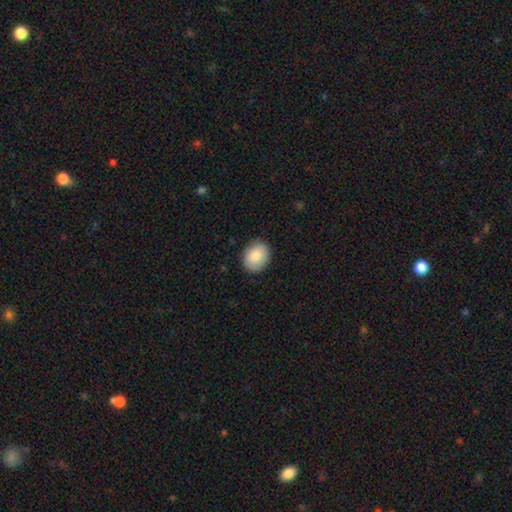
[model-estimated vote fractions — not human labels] A smooth galaxy with no disk features (84%) that is in between round and cigar-shaped (52%). Merging: none (86%).